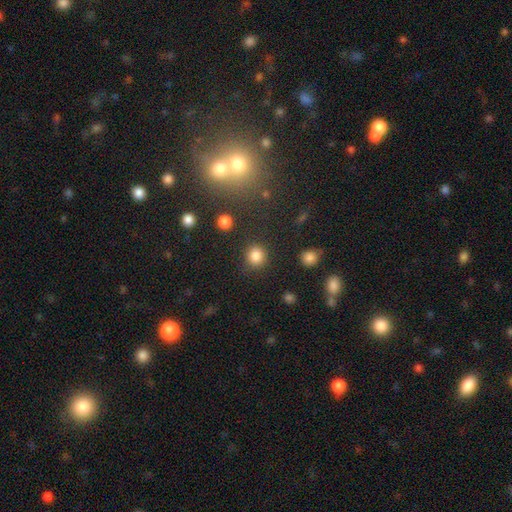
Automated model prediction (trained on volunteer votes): This appears to be a smooth galaxy with no disk features (84%) that is round (88%). Merging: none (85%).